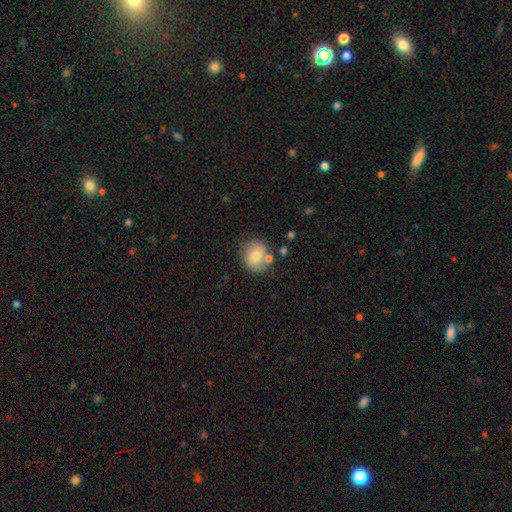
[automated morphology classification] Overall: smooth (71%). How rounded: round (79%). Merging: none (70%).